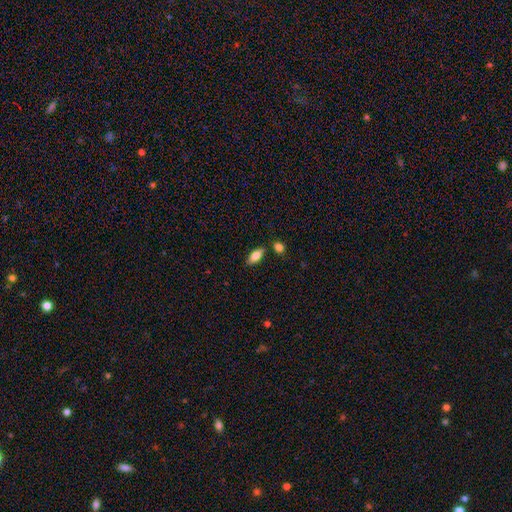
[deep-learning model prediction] Smooth or featured? smooth (73%)
How rounded? in between (79%)
Merging? none (77%)